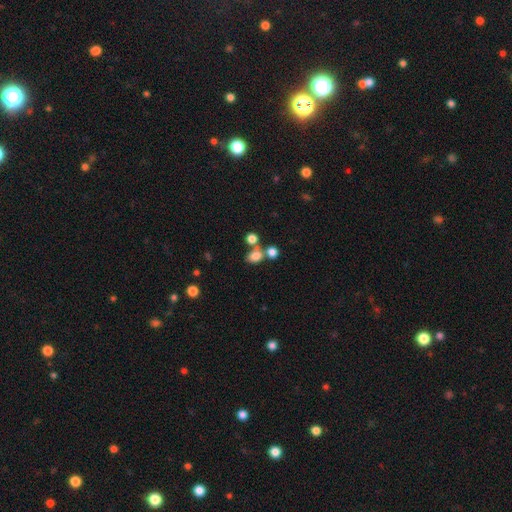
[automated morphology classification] Smooth or featured? smooth (78%)
How rounded? in between (60%)
Merging? none (48%)